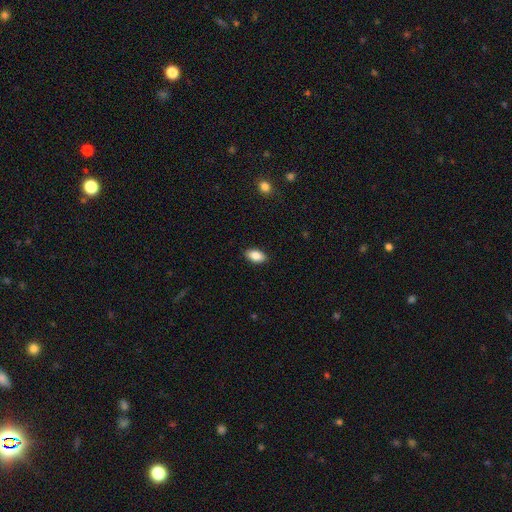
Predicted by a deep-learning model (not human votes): A smooth galaxy with no disk features (86%) that is in between round and cigar-shaped (92%). Merging: none (88%).